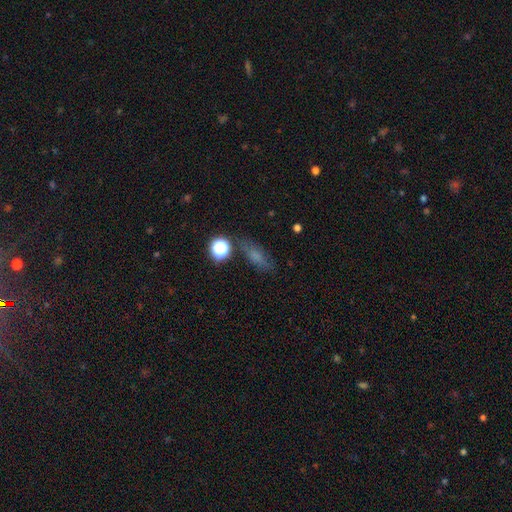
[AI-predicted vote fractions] The model was most divided on "how rounded": in between: 56%, cigar-shaped: 30%, round: 14%. More confident: merging — none (74%); smooth or featured — smooth (59%).